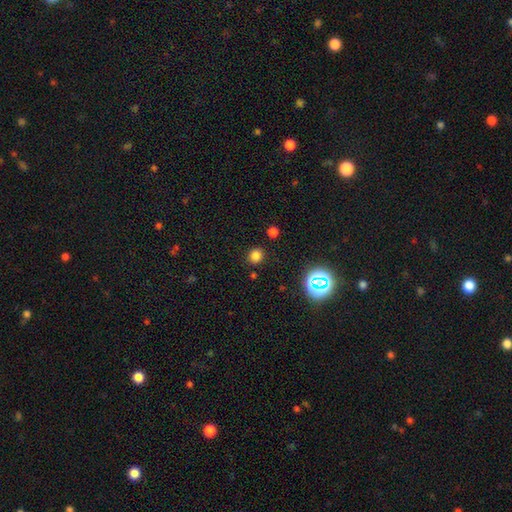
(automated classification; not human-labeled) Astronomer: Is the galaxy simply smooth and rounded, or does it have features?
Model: smooth — 76%.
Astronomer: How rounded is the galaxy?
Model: round — 79%.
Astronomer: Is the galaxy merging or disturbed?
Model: none — 86%.